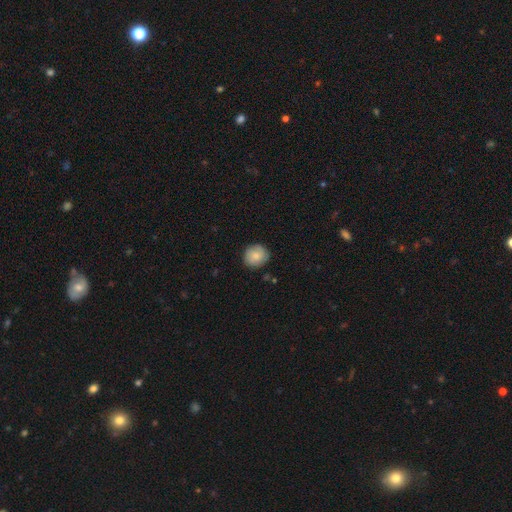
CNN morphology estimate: smooth-or-featured: smooth: 77% | featured or disk: 16% | star or artifact: 7%
  how-rounded: round: 87% | in between: 12% | cigar-shaped: 1%
  merging: none: 83% | minor disturbance: 14% | major disturbance: 3% | merger: 1%